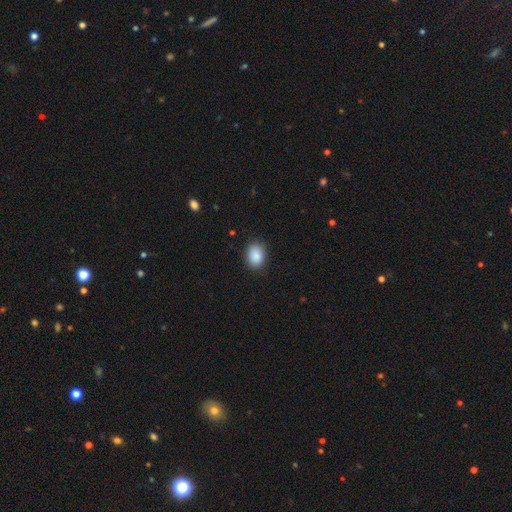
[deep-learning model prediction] Smooth or featured?
  - smooth: 88% *
  - star or artifact: 8%
  - featured or disk: 4%
How rounded?
  - in between: 67% *
  - round: 32%
  - cigar-shaped: 1%
Merging?
  - none: 85% *
  - minor disturbance: 12%
  - major disturbance: 3%
  - merger: 1%